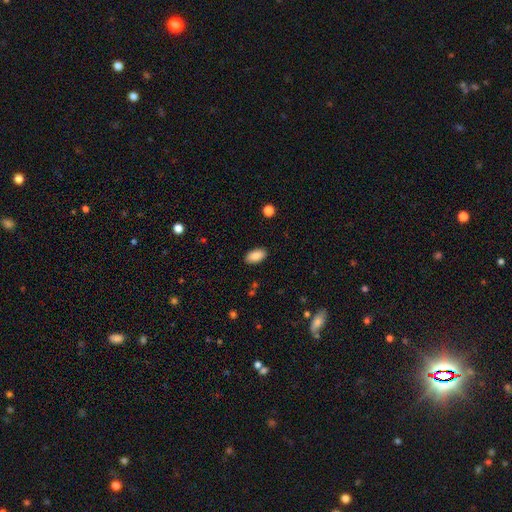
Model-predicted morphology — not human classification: type=smooth (89%); roundness=in between (95%); merging=none (89%).